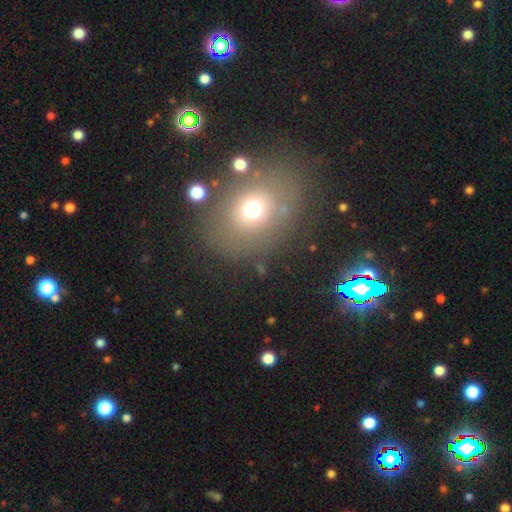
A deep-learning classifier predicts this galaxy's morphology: A smooth galaxy with no disk features (50%) that is in between round and cigar-shaped (57%).

Vote fractions:
- Smooth or featured? smooth: 50% / star or artifact: 29% / featured or disk: 21%
- How rounded? in between: 57% / round: 42% / cigar-shaped: 1%
- Merging? none: 83% / minor disturbance: 10% / major disturbance: 4% / merger: 3%